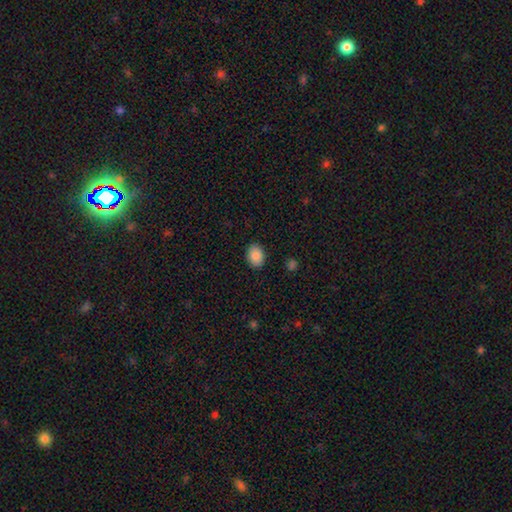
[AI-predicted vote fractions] Morphology: type=smooth (87%); roundness=in between (64%); merging=none (89%).